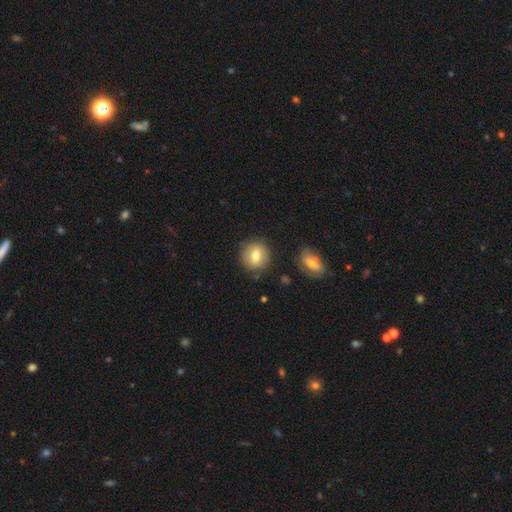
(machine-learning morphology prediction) smooth_or_featured: smooth (p=0.73) [alt: featured or disk p=0.18]
how_rounded: round (p=0.82) [alt: in between p=0.17]
merging: none (p=0.84) [alt: minor disturbance p=0.10]